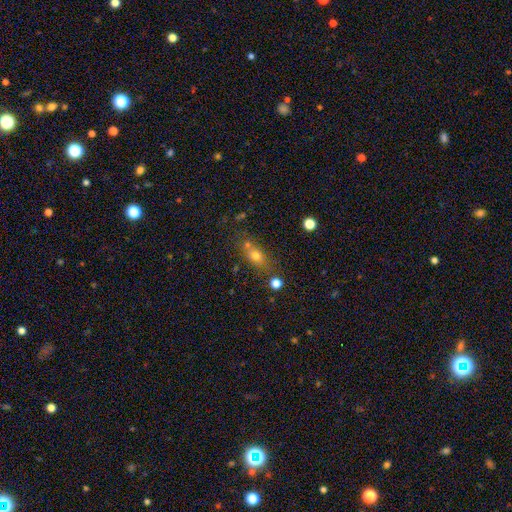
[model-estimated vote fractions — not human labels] smooth 69%, featured or disk 16%, star or artifact 15%. Down the decision tree: how rounded — in between (61%); merging — none (60%).